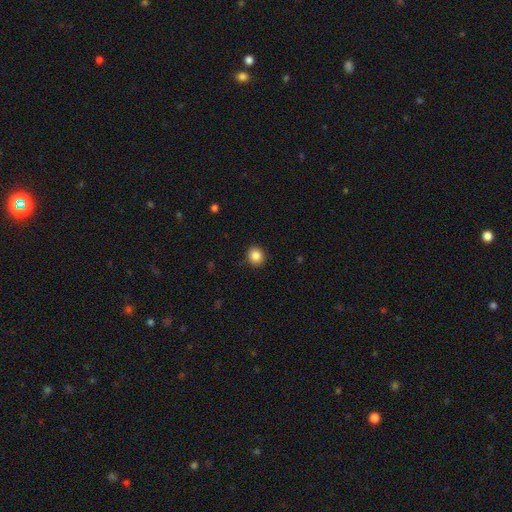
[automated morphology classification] Q: Smooth or featured?
A: smooth (85%); runner-up: star or artifact (10%)
Q: How rounded?
A: round (88%); runner-up: in between (11%)
Q: Merging?
A: none (89%); runner-up: minor disturbance (8%)